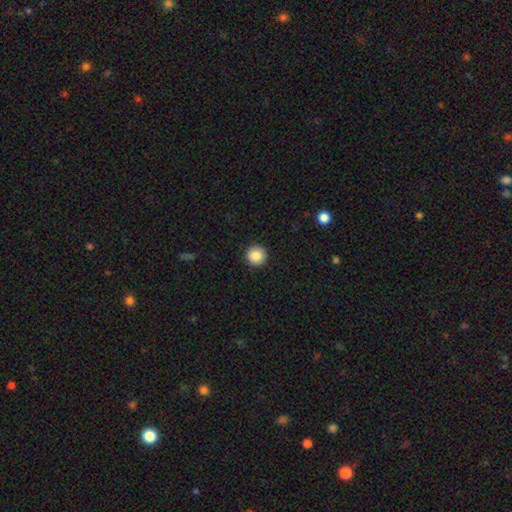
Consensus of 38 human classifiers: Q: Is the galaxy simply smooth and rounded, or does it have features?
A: smooth — 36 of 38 (95%).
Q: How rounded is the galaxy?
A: round — 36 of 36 (100%).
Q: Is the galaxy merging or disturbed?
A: none — 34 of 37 (92%).